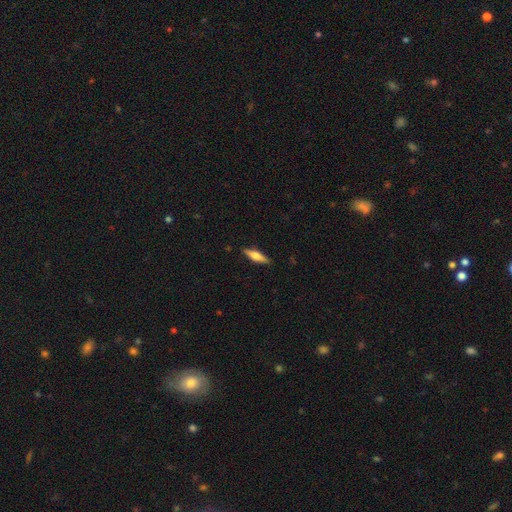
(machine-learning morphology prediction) This is possibly a smooth galaxy (48%). Merging: clearly none (88%).